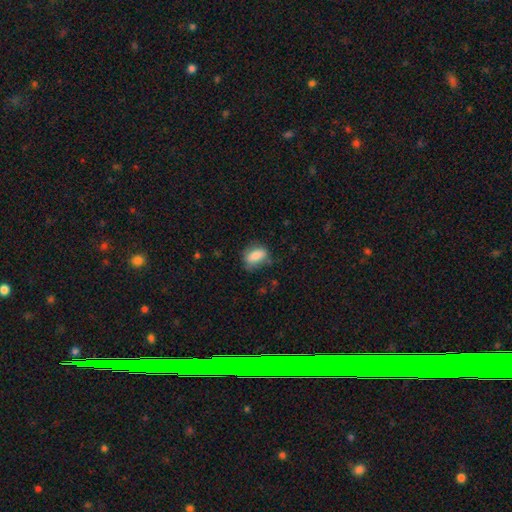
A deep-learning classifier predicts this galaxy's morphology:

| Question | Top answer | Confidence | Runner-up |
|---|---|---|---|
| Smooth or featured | smooth | 79% | featured or disk (14%) |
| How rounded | in between | 84% | round (11%) |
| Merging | none | 62% | minor disturbance (27%) |